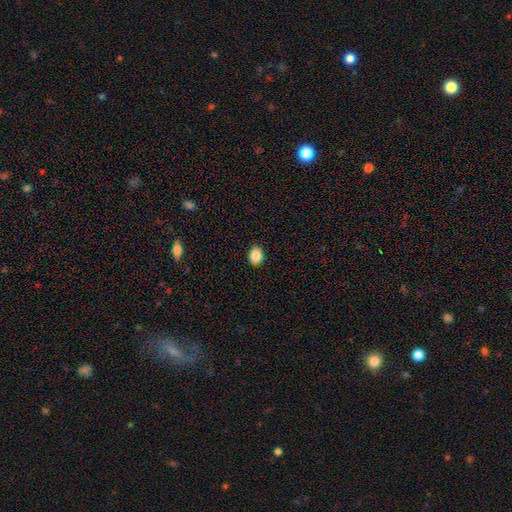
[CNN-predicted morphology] The model was most divided on "how rounded": in between: 54%, round: 45%, cigar-shaped: 1%. More confident: merging — none (88%); smooth or featured — smooth (87%).